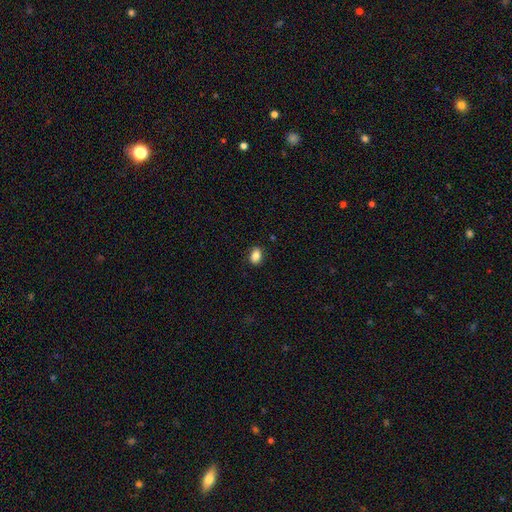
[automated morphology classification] This appears to be a smooth galaxy with no disk features (86%) that is in between round and cigar-shaped (77%). Merging: none (85%).